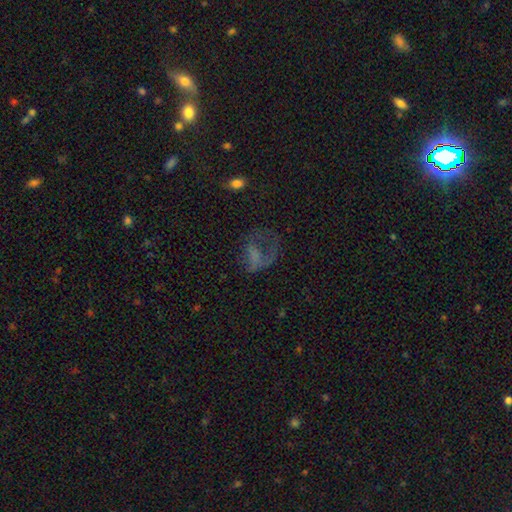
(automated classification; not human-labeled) This appears to be a smooth galaxy with no disk features (43%). Merging: major disturbance (51%).